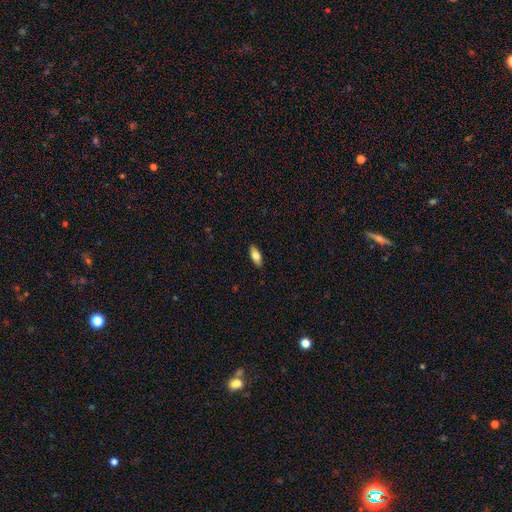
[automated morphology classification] This appears to be a smooth galaxy with no disk features (79%) that is in between round and cigar-shaped (82%). Merging: none (89%).